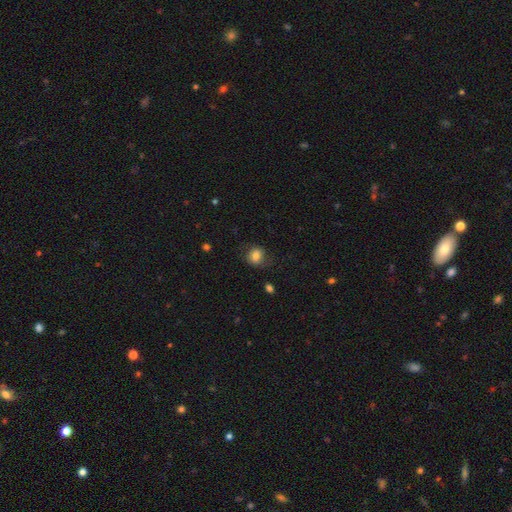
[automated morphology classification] The model was most divided on "how rounded": round: 68%, in between: 31%, cigar-shaped: 1%. More confident: smooth or featured — smooth (76%); merging — none (68%).